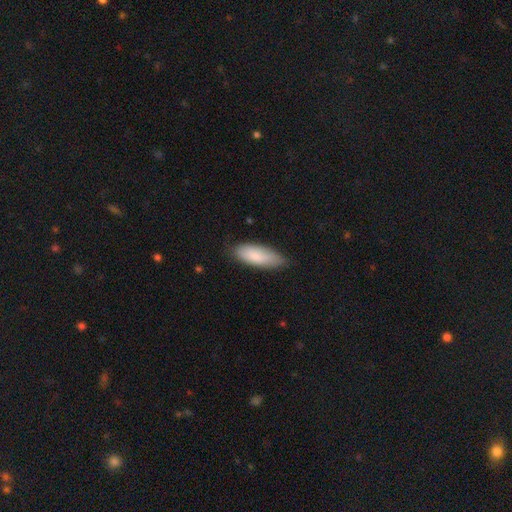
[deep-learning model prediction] Q: Smooth or featured?
A: smooth (83%); runner-up: featured or disk (11%)
Q: How rounded?
A: in between (74%); runner-up: cigar-shaped (25%)
Q: Merging?
A: none (72%); runner-up: minor disturbance (23%)